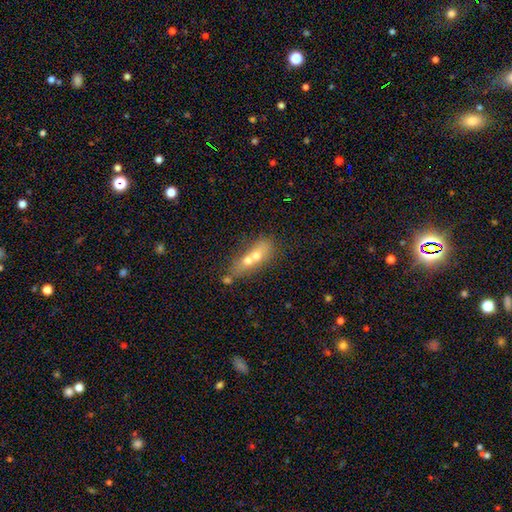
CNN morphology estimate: Overall: smooth (52%; featured or disk 34%). How rounded: in between (47%; cigar-shaped 38%). Merging: merger (58%; none 27%).